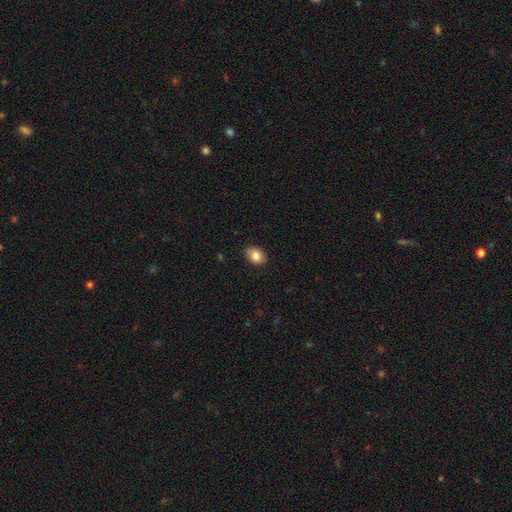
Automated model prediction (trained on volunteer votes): Smooth or featured?
  - smooth: 84% *
  - star or artifact: 8%
  - featured or disk: 8%
How rounded?
  - in between: 75% *
  - round: 24%
  - cigar-shaped: 1%
Merging?
  - none: 88% *
  - minor disturbance: 9%
  - major disturbance: 2%
  - merger: 1%